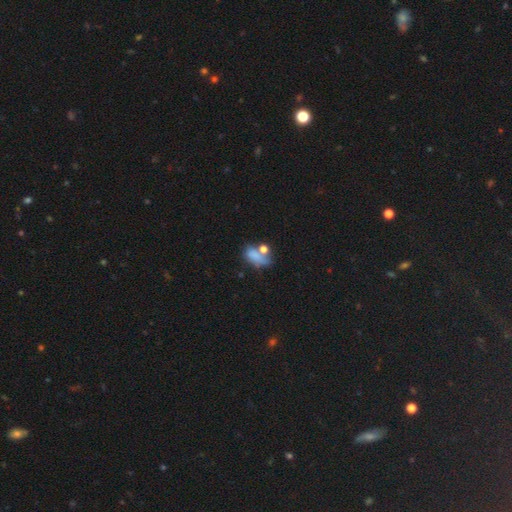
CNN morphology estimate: This appears to be a smooth galaxy with no disk features (69%) that is in between round and cigar-shaped (77%). Merging: none (35%).